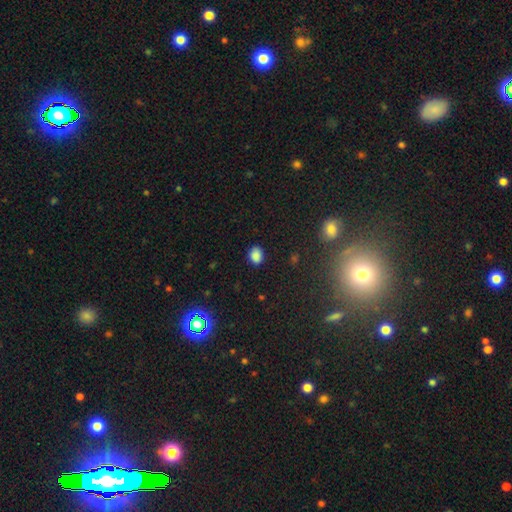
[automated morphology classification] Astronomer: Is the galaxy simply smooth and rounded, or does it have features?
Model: smooth — 85%.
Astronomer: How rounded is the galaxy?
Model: in between — 63%.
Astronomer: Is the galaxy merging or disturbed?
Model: none — 84%.